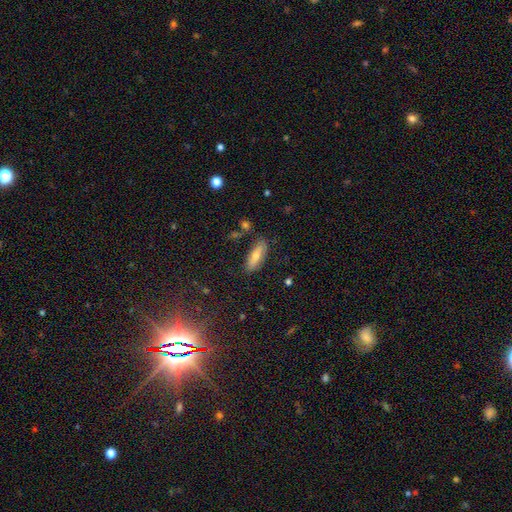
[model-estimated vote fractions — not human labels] Smooth or featured? smooth (62%)
How rounded? in between (57%)
Merging? none (83%)